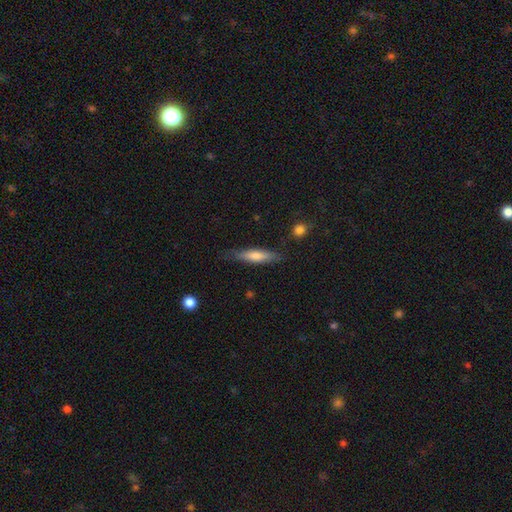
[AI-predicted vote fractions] Smooth or featured? smooth (63%)
How rounded? cigar-shaped (80%)
Merging? none (79%)